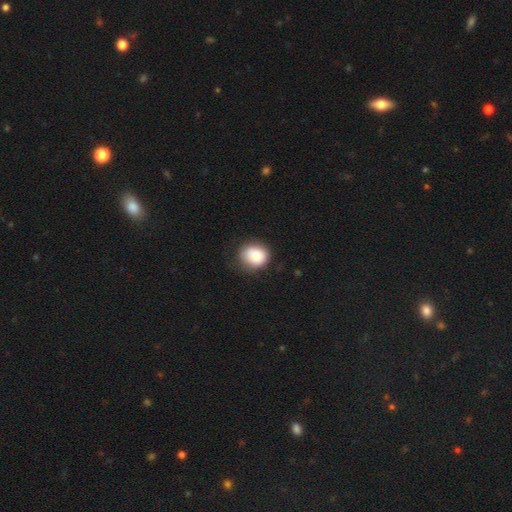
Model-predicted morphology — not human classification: A smooth galaxy with no disk features (84%) that is round (70%).

Vote fractions:
- Smooth or featured? smooth: 84% / featured or disk: 9% / star or artifact: 8%
- How rounded? round: 70% / in between: 29% / cigar-shaped: 1%
- Merging? none: 70% / minor disturbance: 23% / major disturbance: 6% / merger: 1%